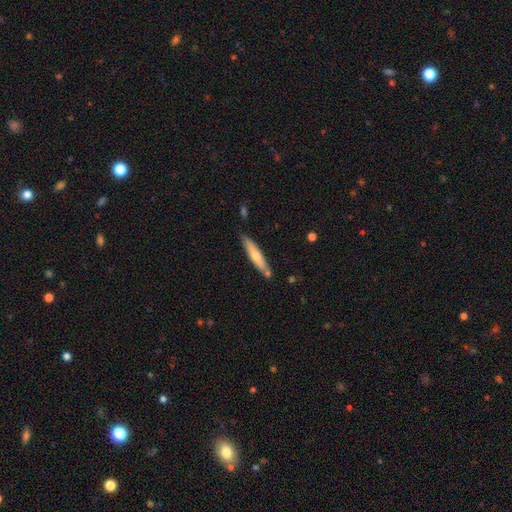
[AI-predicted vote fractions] smooth 58%, featured or disk 37%, star or artifact 5%. Down the decision tree: how rounded — cigar-shaped (88%); merging — none (78%).